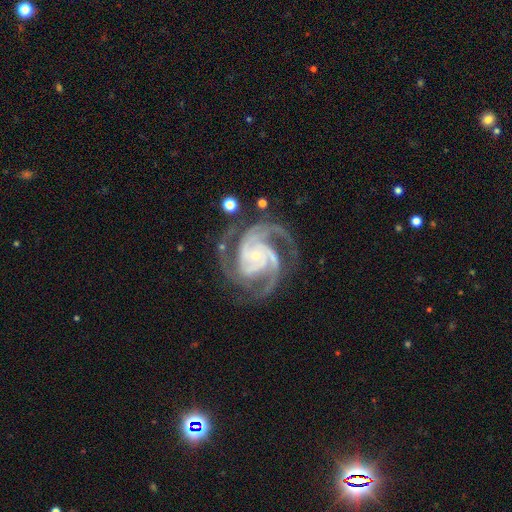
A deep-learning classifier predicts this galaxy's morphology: Smooth or featured: featured or disk — 94% (star or artifact — 4%)
Edge-on disk: no — 98% (yes — 2%)
Bar: no — 64% (weak — 23%)
Spiral arms: yes — 99% (no — 1%)
Spiral winding: tight — 56% (medium — 40%)
Spiral arm count: 3 — 56% (4 — 19%)
Bulge size: small — 82% (moderate — 13%)
Merging: none — 71% (minor disturbance — 17%)